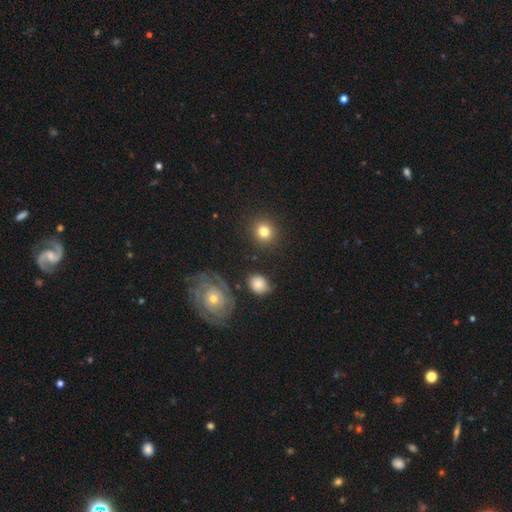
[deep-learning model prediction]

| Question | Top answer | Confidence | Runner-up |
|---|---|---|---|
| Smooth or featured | smooth | 45% | star or artifact (34%) |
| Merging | none | 81% | minor disturbance (9%) |